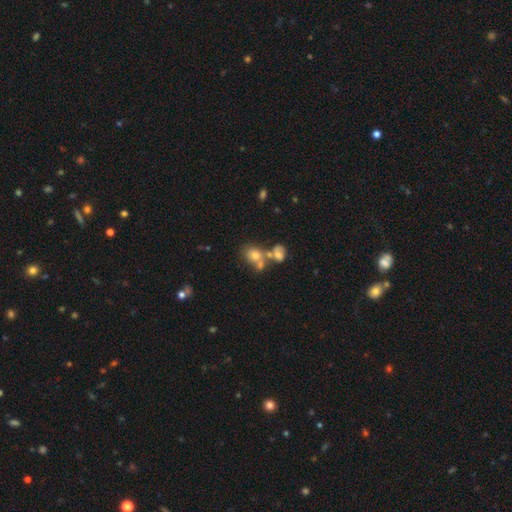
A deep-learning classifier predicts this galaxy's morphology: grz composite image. It shows a smooth galaxy with no disk features (61%) that is round (54%). Merging: merger (43%).